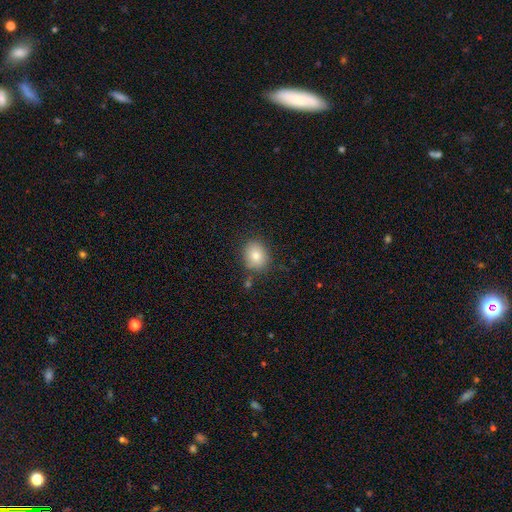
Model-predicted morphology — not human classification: smooth 80%, star or artifact 10%, featured or disk 10%. Down the decision tree: how rounded — round (64%); merging — none (81%).